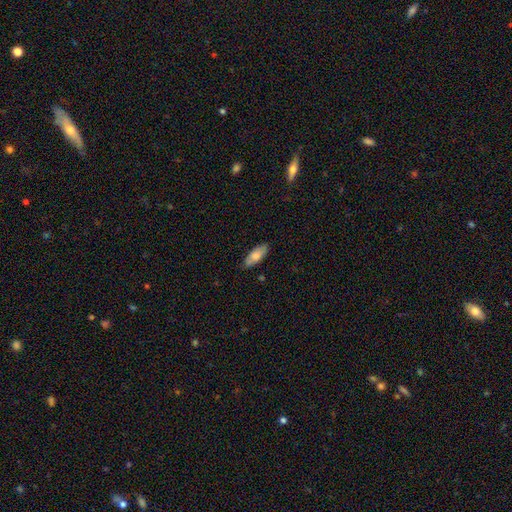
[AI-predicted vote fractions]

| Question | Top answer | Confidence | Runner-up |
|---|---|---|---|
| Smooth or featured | smooth | 74% | featured or disk (20%) |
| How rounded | in between | 77% | cigar-shaped (21%) |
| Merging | none | 81% | minor disturbance (16%) |